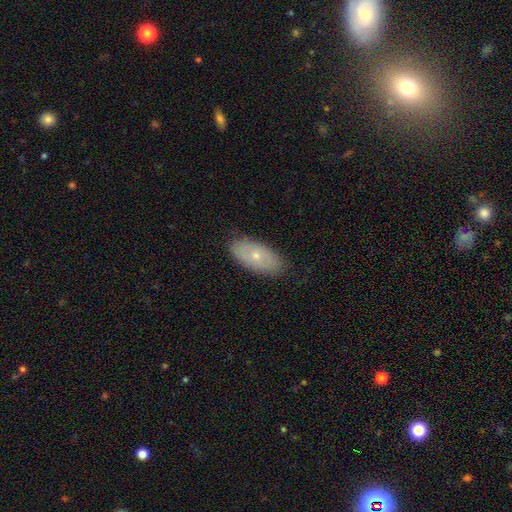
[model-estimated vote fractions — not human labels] A smooth galaxy with no disk features (62%) that is in between round and cigar-shaped (91%). Merging: none (84%).